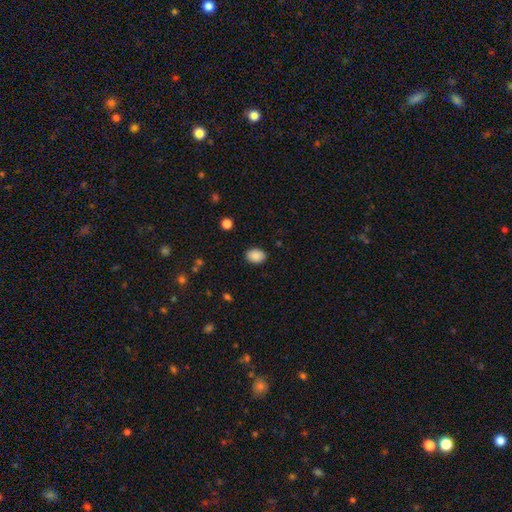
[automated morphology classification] Smooth or featured? smooth (88%)
How rounded? in between (74%)
Merging? none (88%)